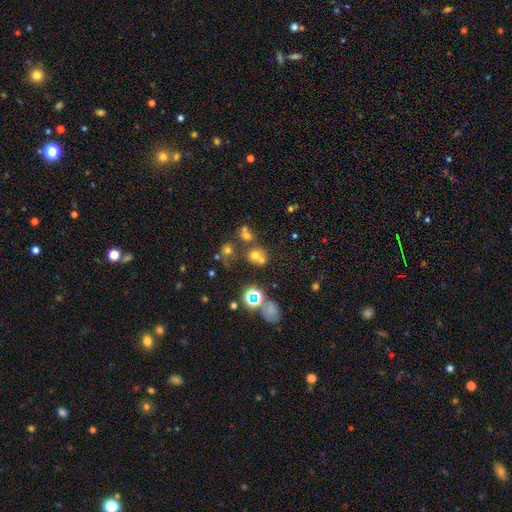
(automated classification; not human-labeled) Overall: smooth (57%; star or artifact 30%). How rounded: round (82%). Merging: none (54%; merger 33%).